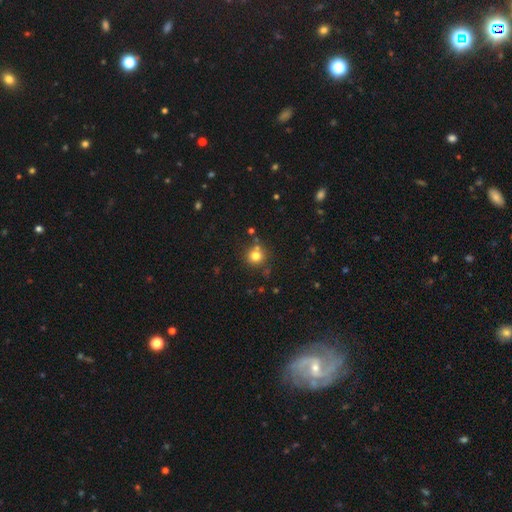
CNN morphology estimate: A smooth galaxy with no disk features (77%) that is round (91%). Merging: none (72%).